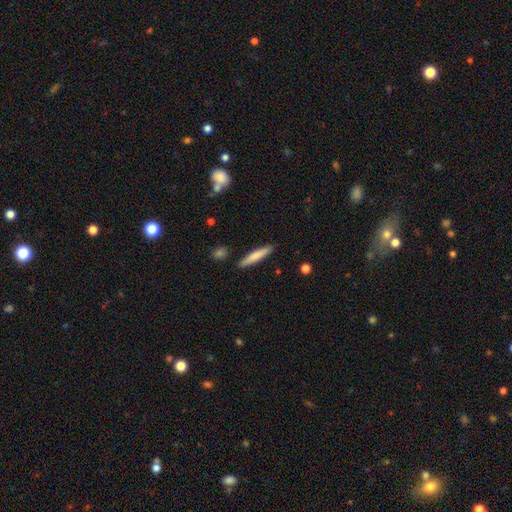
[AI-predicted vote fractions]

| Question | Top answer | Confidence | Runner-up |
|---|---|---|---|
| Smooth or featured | smooth | 75% | featured or disk (20%) |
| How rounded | cigar-shaped | 92% | in between (7%) |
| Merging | none | 89% | minor disturbance (7%) |